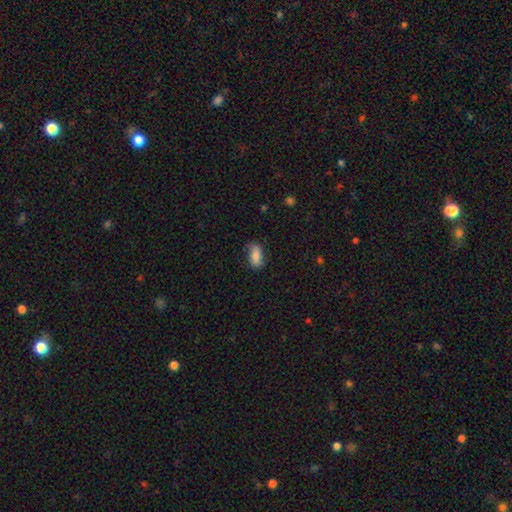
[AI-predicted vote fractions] Smooth or featured: smooth — 73% (featured or disk — 19%)
How rounded: in between — 88% (cigar-shaped — 8%)
Merging: none — 68% (minor disturbance — 24%)